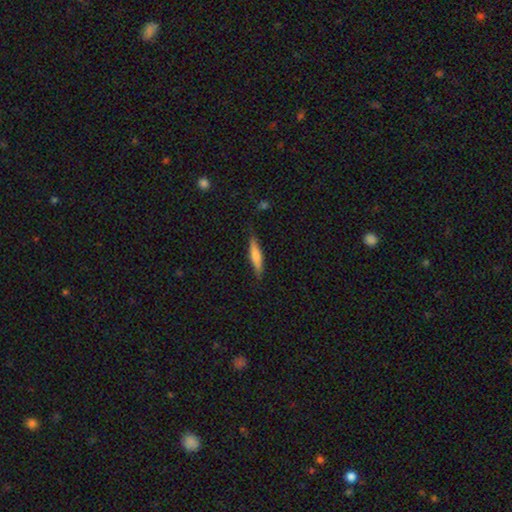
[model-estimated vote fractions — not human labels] This is likely a smooth galaxy (64%). How rounded: clearly cigar-shaped (83%). Merging: clearly none (83%).